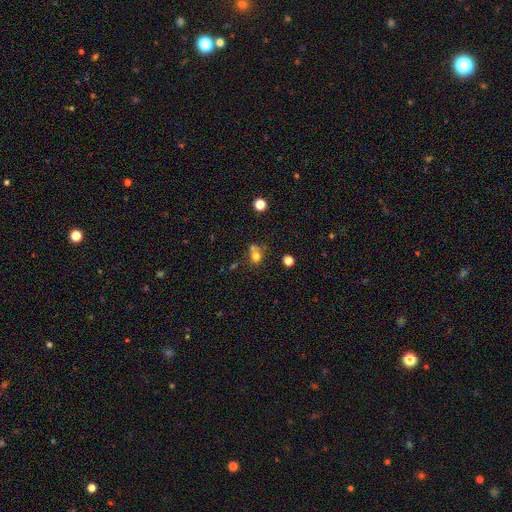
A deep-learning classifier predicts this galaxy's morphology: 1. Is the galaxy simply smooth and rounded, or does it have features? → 73% smooth, 15% star or artifact, 11% featured or disk.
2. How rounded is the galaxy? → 64% round, 35% in between, 1% cigar-shaped.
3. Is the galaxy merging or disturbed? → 47% none, 34% merger, 13% minor disturbance, 6% major disturbance.